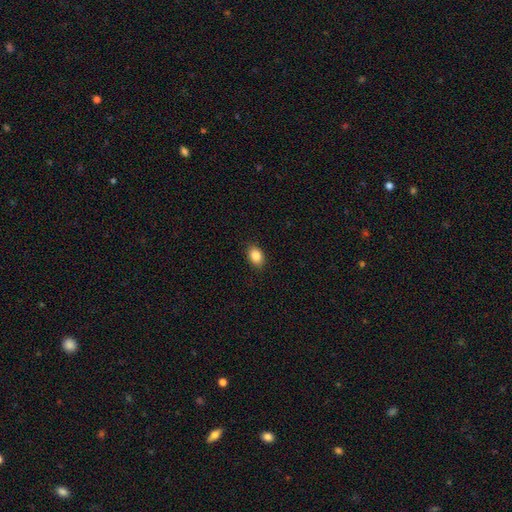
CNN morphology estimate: smooth 86%, star or artifact 9%, featured or disk 6%. Down the decision tree: how rounded — in between (82%); merging — none (88%).